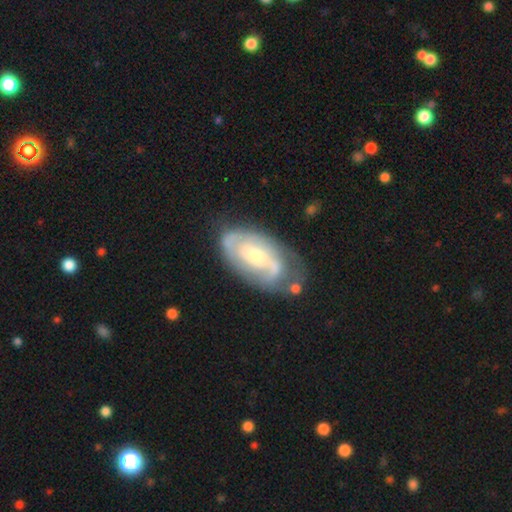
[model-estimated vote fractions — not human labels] This is likely a featured or disk galaxy (75%). It is clearly not viewed edge-on (95%). Bar: possibly no (48%). Spiral arm pattern: clearly yes (85%). Spiral arm count: possibly 2 (51%). Spiral winding: possibly tight (48%). Central bulge: possibly moderate (55%). Merging: possibly none (59%).